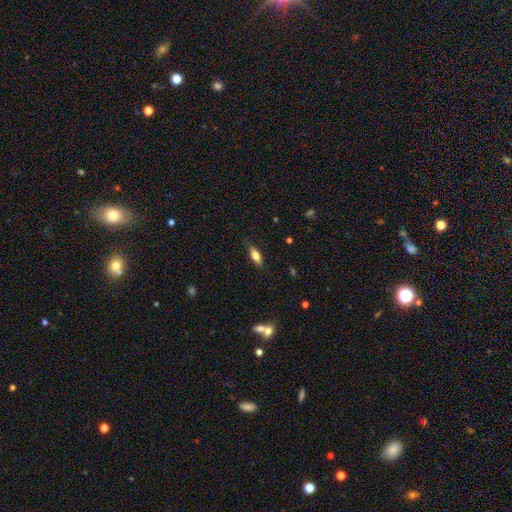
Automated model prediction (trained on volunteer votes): smooth 63%, featured or disk 30%, star or artifact 7%. Down the decision tree: how rounded — in between (66%); merging — none (82%).